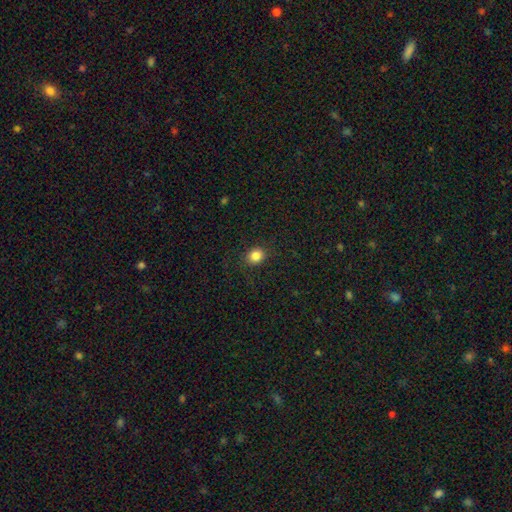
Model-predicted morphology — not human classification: Smooth or featured? smooth (84%)
How rounded? round (72%)
Merging? none (85%)